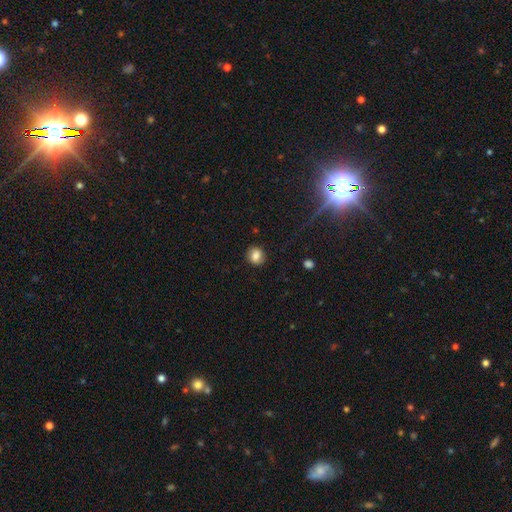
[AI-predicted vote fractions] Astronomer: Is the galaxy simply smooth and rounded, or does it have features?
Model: smooth — 82%.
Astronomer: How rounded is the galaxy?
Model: round — 75%.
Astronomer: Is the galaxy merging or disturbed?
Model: none — 86%.